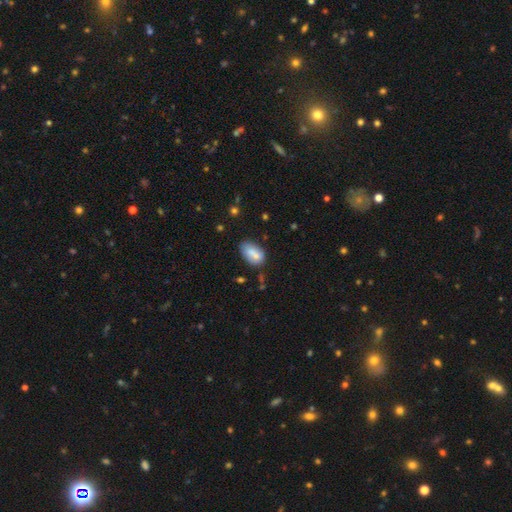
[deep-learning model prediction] A smooth galaxy with no disk features (76%) that is in between round and cigar-shaped (91%). Merging: none (59%).